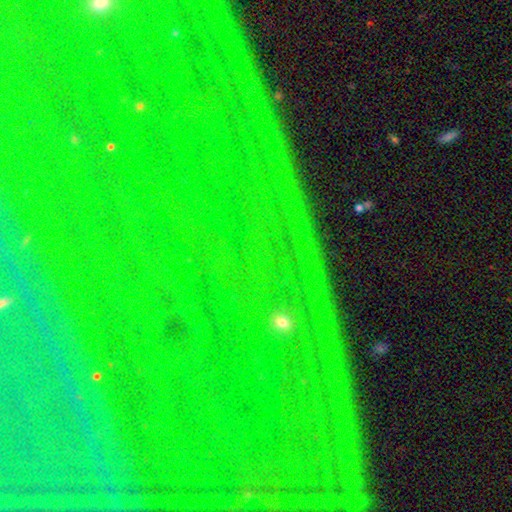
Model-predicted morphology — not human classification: type=star or artifact (86%).